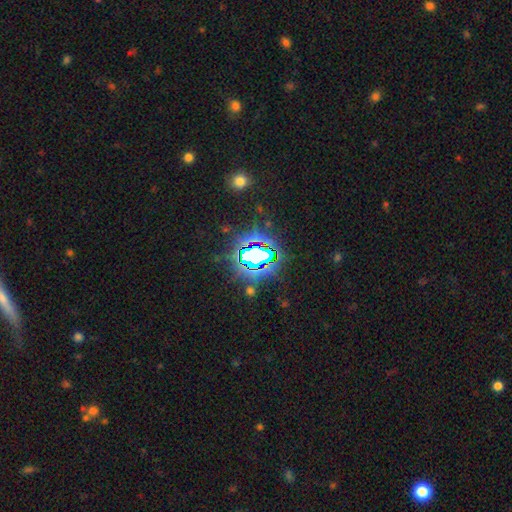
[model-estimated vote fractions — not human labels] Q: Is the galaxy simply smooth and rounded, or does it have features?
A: star or artifact — 75%.